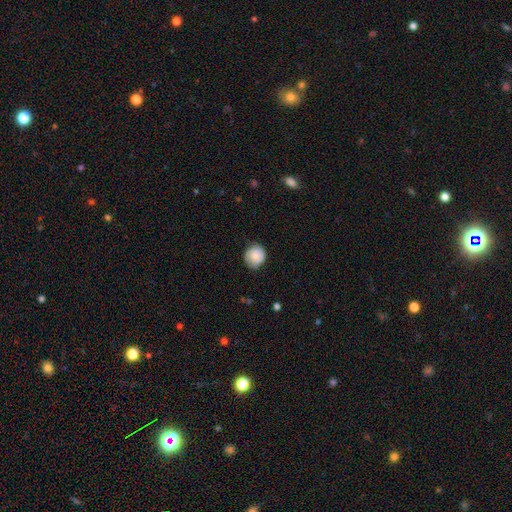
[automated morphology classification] Smooth or featured? Predicted: smooth (p=0.81). How rounded? Predicted: round (p=0.86). Merging? Predicted: none (p=0.75).